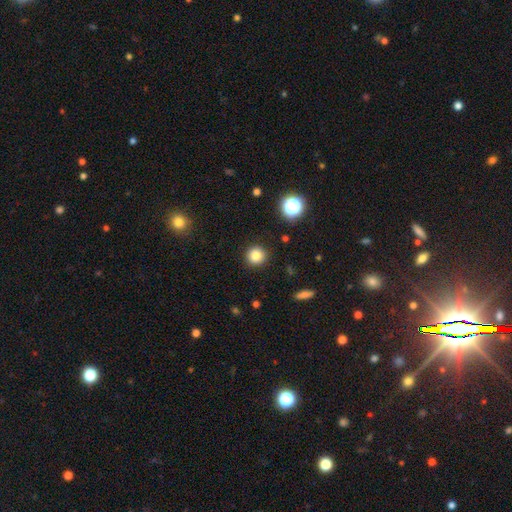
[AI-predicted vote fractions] This appears to be a smooth galaxy with no disk features (83%) that is round (94%). Merging: none (91%).